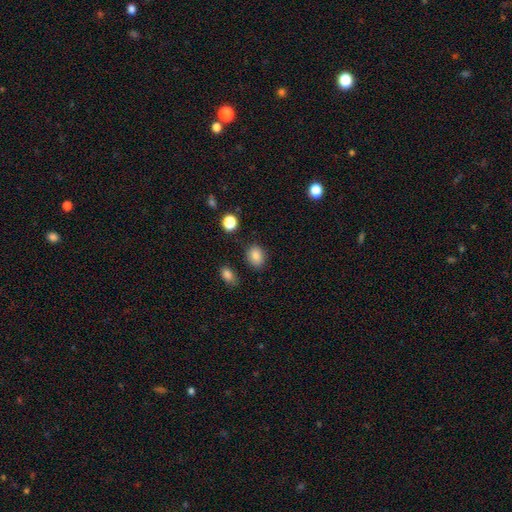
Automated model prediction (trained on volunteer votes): A smooth galaxy with no disk features (85%) that is in between round and cigar-shaped (60%). Merging: none (82%).